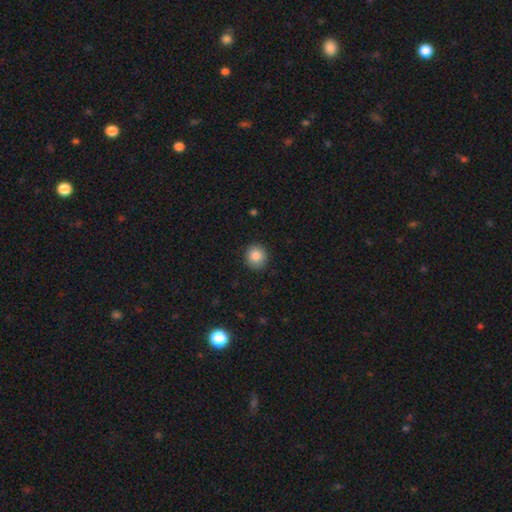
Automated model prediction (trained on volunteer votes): A smooth galaxy with no disk features (86%) that is round (87%). Merging: none (89%).